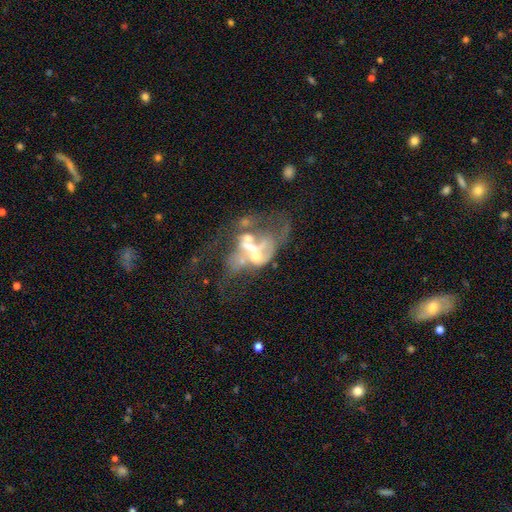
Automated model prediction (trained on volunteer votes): Smooth or featured: featured or disk — 70% (star or artifact — 15%)
Edge-on disk: no — 97% (yes — 3%)
Bar: no — 70% (weak — 19%)
Spiral arms: no — 74% (yes — 26%)
Bulge size: moderate — 41% (none — 25%)
Merging: merger — 49% (major disturbance — 31%)